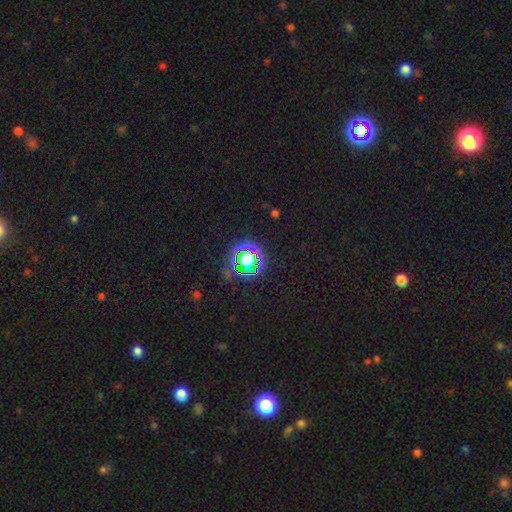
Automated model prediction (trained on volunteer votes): Smooth or featured?
  - star or artifact: 81% *
  - smooth: 13%
  - featured or disk: 7%